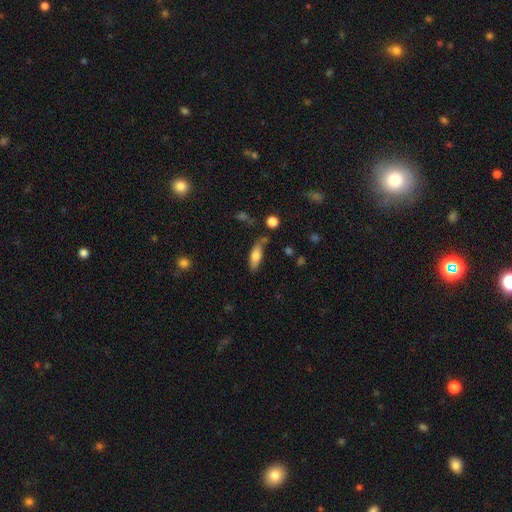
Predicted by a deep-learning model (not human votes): smooth-or-featured: smooth: 73% | featured or disk: 20% | star or artifact: 7%
  how-rounded: in between: 62% | cigar-shaped: 35% | round: 2%
  merging: none: 72% | minor disturbance: 18% | merger: 6% | major disturbance: 4%